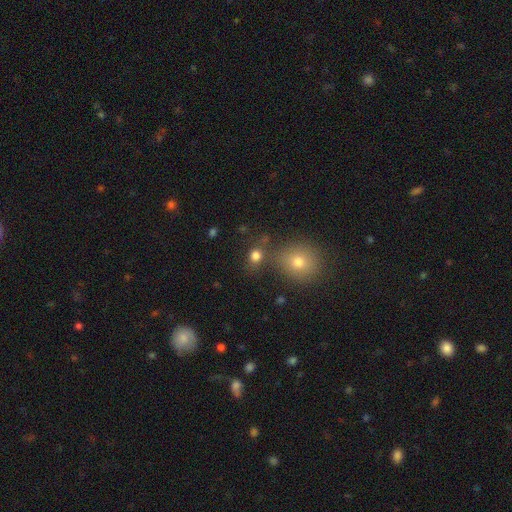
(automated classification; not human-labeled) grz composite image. It shows a smooth galaxy with no disk features (77%) that is round (67%). Merging: none (65%).